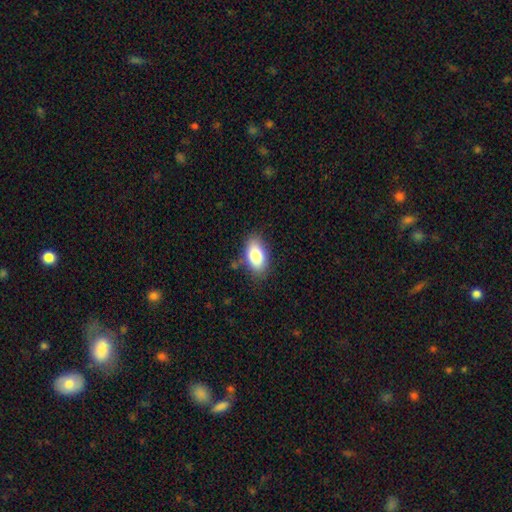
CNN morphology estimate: smooth_or_featured: smooth (p=0.82) [alt: featured or disk p=0.11]
how_rounded: in between (p=0.91) [alt: round p=0.06]
merging: none (p=0.81) [alt: minor disturbance p=0.14]